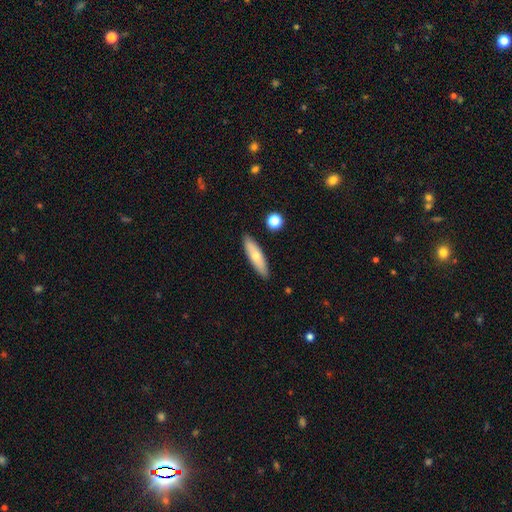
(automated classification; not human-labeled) Smooth or featured? Predicted: smooth (p=0.64). How rounded? Predicted: cigar-shaped (p=0.63). Merging? Predicted: none (p=0.87).